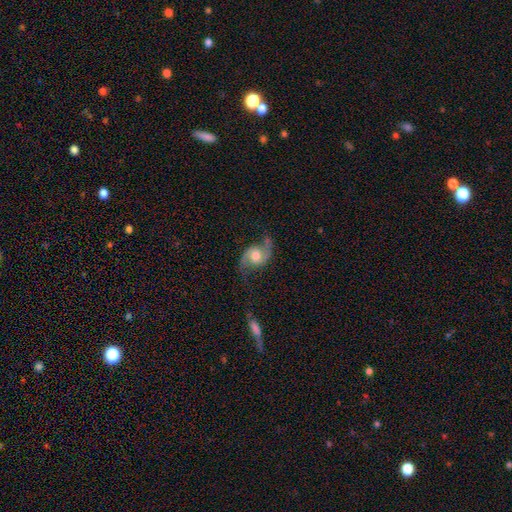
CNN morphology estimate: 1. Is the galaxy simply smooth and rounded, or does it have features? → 85% featured or disk, 9% smooth, 6% star or artifact.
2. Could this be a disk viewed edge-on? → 97% no, 3% yes.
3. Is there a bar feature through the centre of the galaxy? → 63% no, 30% weak, 6% strong.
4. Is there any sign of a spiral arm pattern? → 96% yes, 4% no.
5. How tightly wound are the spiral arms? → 56% loose, 36% medium, 9% tight.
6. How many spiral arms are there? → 93% 2, 2% can't tell, 2% 1, 1% 3, 1% 4, 1% more than 4.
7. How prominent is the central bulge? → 66% moderate, 19% large, 12% small, 2% none, 2% dominant.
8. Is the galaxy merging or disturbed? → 68% none, 19% minor disturbance, 11% major disturbance, 3% merger.